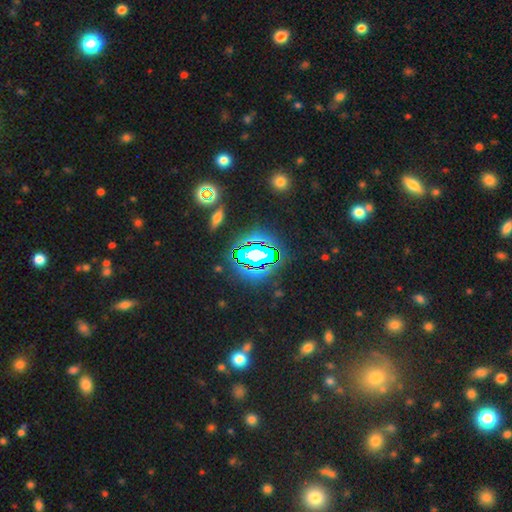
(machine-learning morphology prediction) smooth_or_featured: star or artifact (p=0.69) [alt: smooth p=0.18]